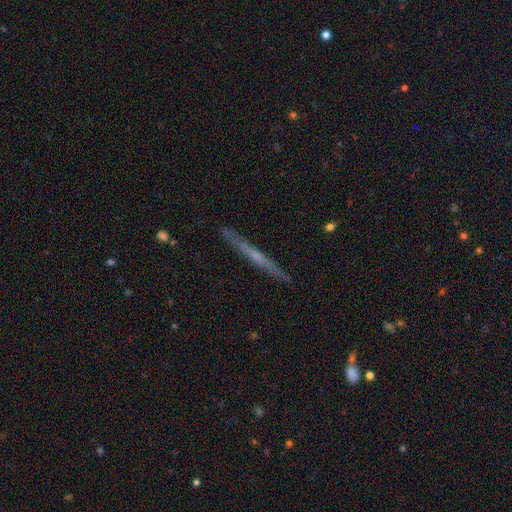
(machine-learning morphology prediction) This is likely a featured or disk galaxy (65%). It is clearly viewed edge-on (97%). Edge-on bulge: possibly none (60%). Merging: clearly none (90%).